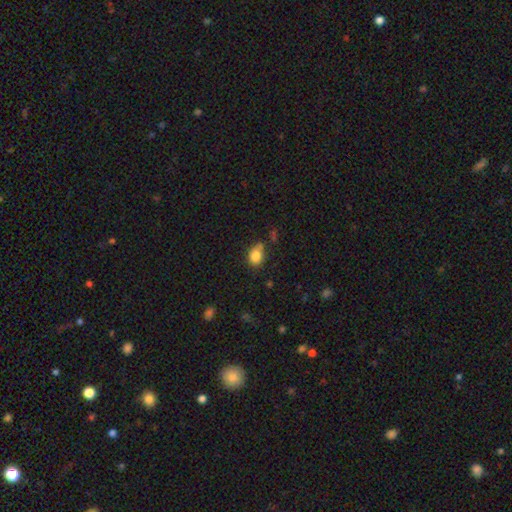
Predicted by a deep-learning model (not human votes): This is clearly a smooth galaxy (83%). How rounded: possibly in between (51%). Merging: likely none (62%).